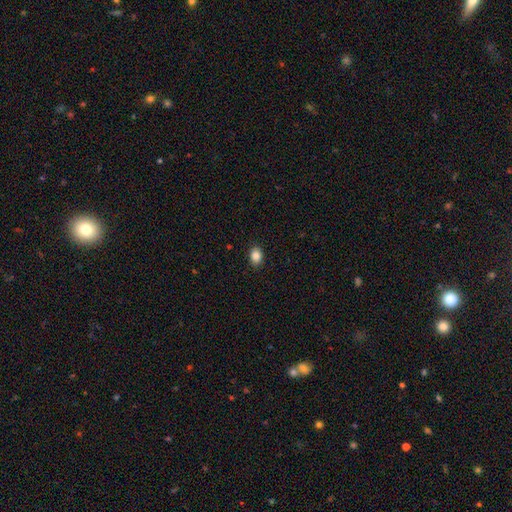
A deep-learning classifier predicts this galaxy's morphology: Smooth or featured? Predicted: smooth (p=0.87). How rounded? Predicted: in between (p=0.72). Merging? Predicted: none (p=0.89).